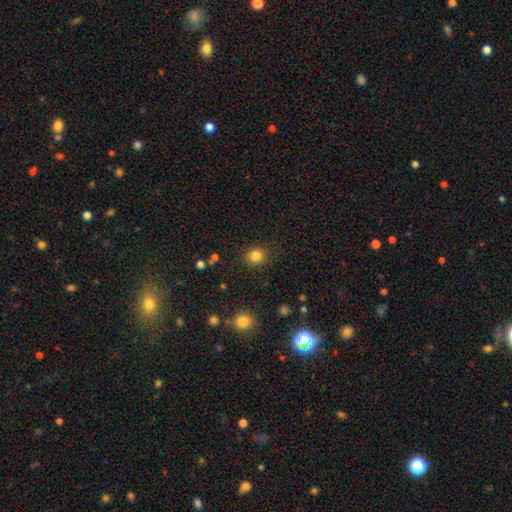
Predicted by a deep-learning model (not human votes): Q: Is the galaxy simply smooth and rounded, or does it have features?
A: smooth — 84%.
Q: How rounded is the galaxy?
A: round — 79%.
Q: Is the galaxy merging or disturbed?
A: none — 87%.